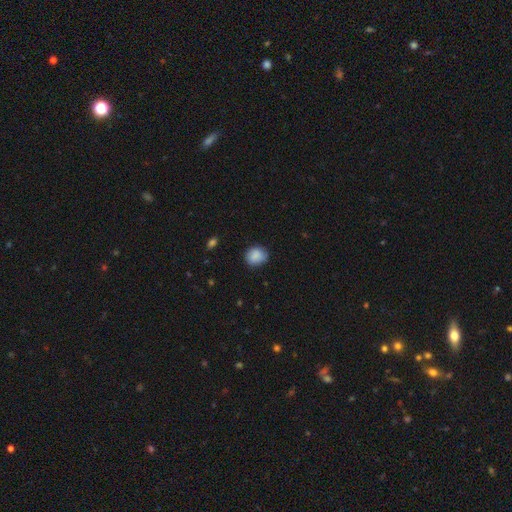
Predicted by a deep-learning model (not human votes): Smooth or featured?
  - smooth: 88% *
  - star or artifact: 8%
  - featured or disk: 5%
How rounded?
  - round: 67% *
  - in between: 32%
  - cigar-shaped: 1%
Merging?
  - none: 78% *
  - minor disturbance: 17%
  - major disturbance: 3%
  - merger: 1%